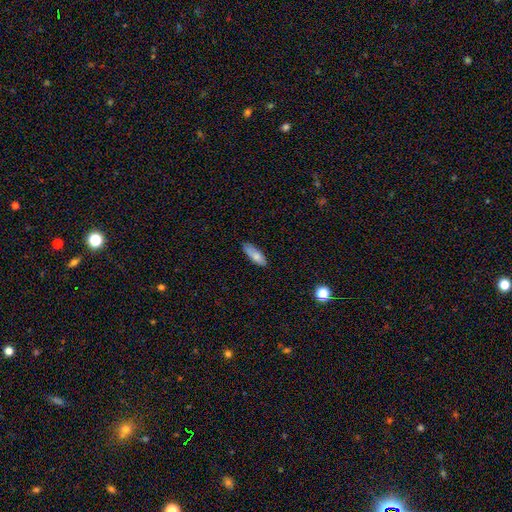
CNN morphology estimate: smooth_or_featured: smooth (p=0.79) [alt: featured or disk p=0.15]
how_rounded: in between (p=0.63) [alt: cigar-shaped p=0.35]
merging: none (p=0.77) [alt: minor disturbance p=0.19]